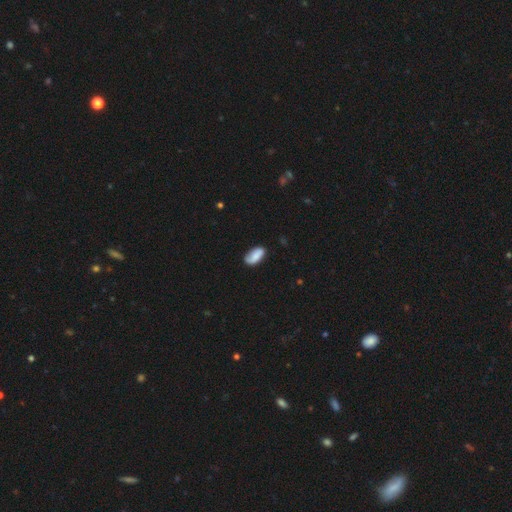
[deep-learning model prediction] Smooth or featured?
  - smooth: 72% *
  - featured or disk: 21%
  - star or artifact: 7%
How rounded?
  - in between: 91% *
  - cigar-shaped: 5%
  - round: 3%
Merging?
  - none: 75% *
  - minor disturbance: 19%
  - major disturbance: 4%
  - merger: 2%